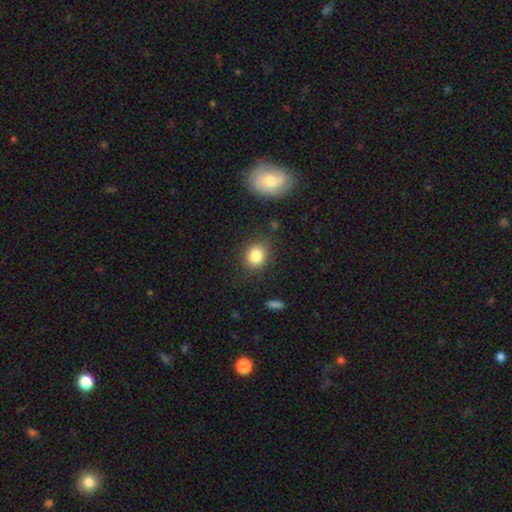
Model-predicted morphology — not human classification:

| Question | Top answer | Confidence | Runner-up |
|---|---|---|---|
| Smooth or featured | smooth | 83% | star or artifact (10%) |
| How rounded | round | 70% | in between (29%) |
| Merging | none | 81% | minor disturbance (12%) |